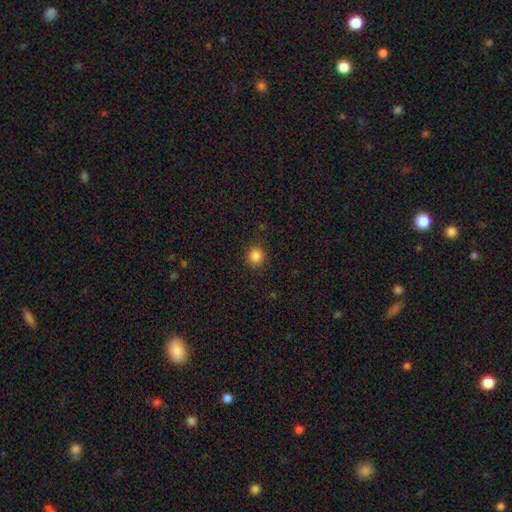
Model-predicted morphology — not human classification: A smooth galaxy with no disk features (85%) that is round (88%).

Vote fractions:
- Smooth or featured? smooth: 85% / star or artifact: 12% / featured or disk: 3%
- How rounded? round: 88% / in between: 11% / cigar-shaped: 1%
- Merging? none: 89% / minor disturbance: 8% / major disturbance: 2% / merger: 1%